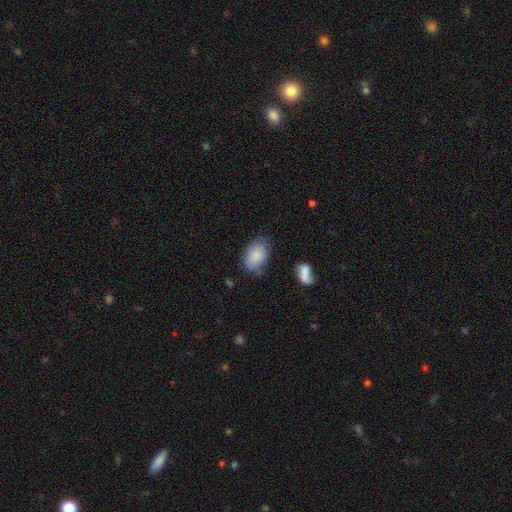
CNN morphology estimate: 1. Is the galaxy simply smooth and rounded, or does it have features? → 84% smooth, 10% featured or disk, 7% star or artifact.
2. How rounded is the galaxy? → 87% in between, 12% round, 1% cigar-shaped.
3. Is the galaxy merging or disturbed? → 68% none, 23% minor disturbance, 6% major disturbance, 4% merger.